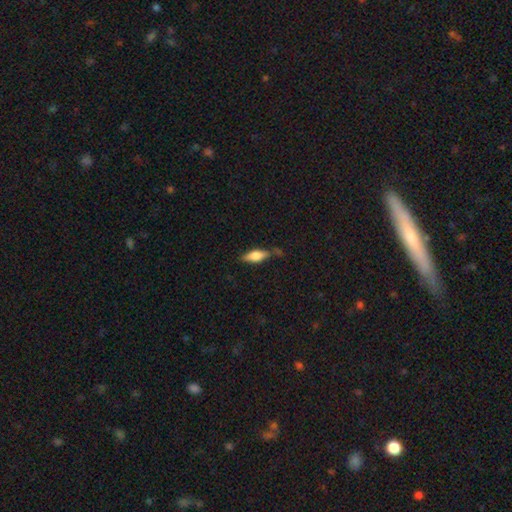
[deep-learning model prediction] Smooth or featured: smooth — 63% (featured or disk — 30%)
How rounded: in between — 65% (cigar-shaped — 32%)
Merging: none — 67% (minor disturbance — 22%)